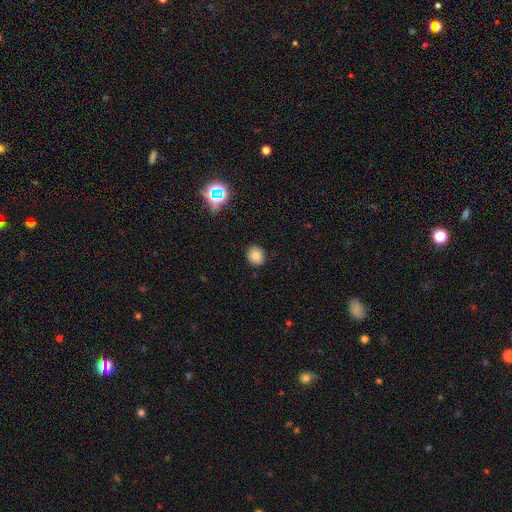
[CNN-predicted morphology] Overall: smooth (82%). How rounded: round (63%; in between 36%). Merging: none (89%).